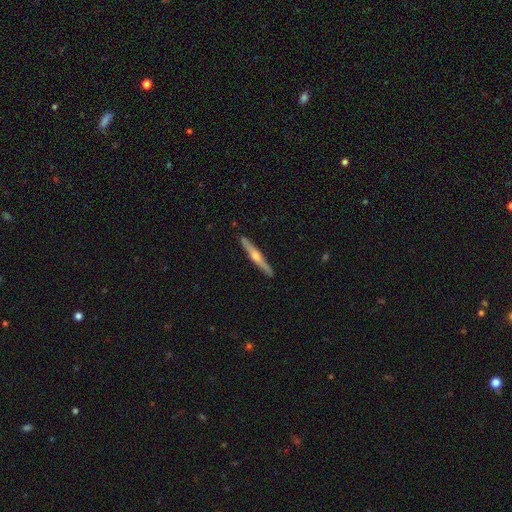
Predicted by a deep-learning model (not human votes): Morphology: type=featured or disk (65%); edge-on=yes (97%); edge-on bulge=rounded (88%); merging=none (91%).